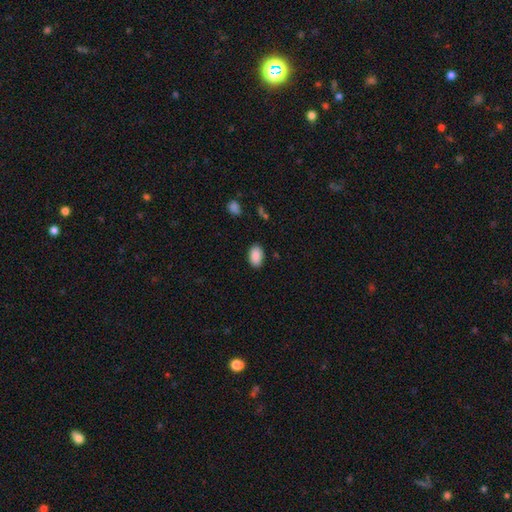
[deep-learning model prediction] Smooth or featured? smooth (90%)
How rounded? in between (92%)
Merging? none (87%)